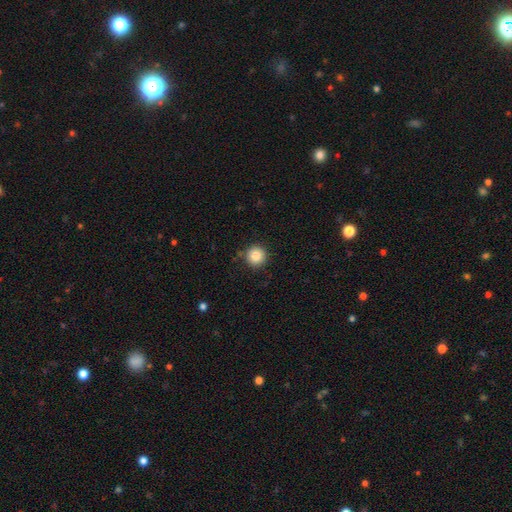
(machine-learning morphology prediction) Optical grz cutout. It shows a smooth galaxy with no disk features (86%) that is round (95%). Merging: none (88%).